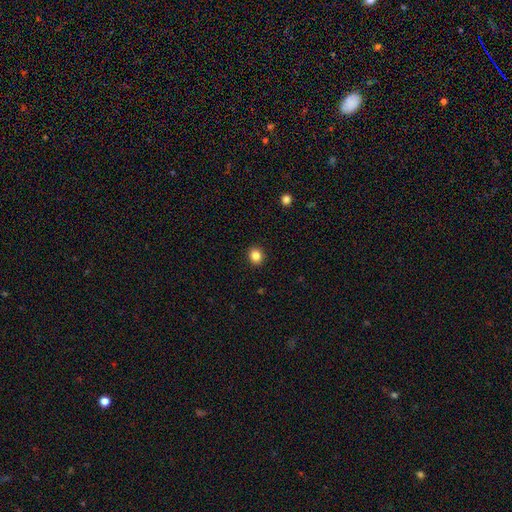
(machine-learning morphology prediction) Smooth or featured: smooth — 84% (star or artifact — 11%)
How rounded: round — 79% (in between — 20%)
Merging: none — 92% (minor disturbance — 5%)